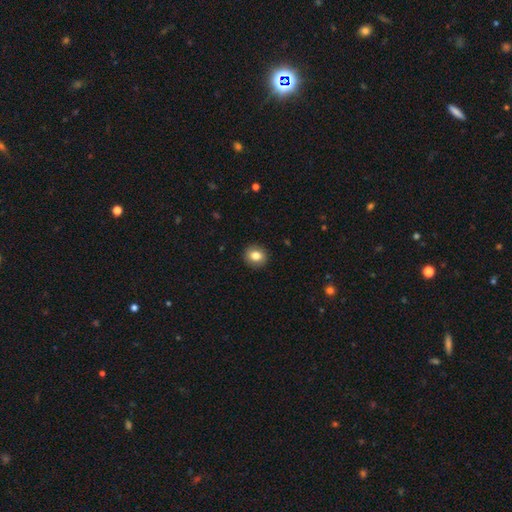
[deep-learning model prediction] Smooth or featured?
  - smooth: 82% *
  - star or artifact: 9%
  - featured or disk: 9%
How rounded?
  - round: 73% *
  - in between: 26%
  - cigar-shaped: 1%
Merging?
  - none: 90% *
  - minor disturbance: 7%
  - major disturbance: 2%
  - merger: 1%